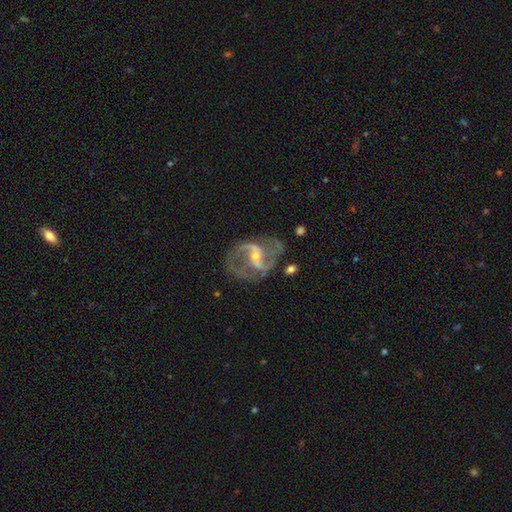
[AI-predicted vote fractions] Morphology: type=featured or disk (91%); edge-on=no (97%); bar=weak (42%); spiral arms=yes (97%); winding=medium (55%); arm count=2 (88%); bulge=small (52%); merging=none (67%).